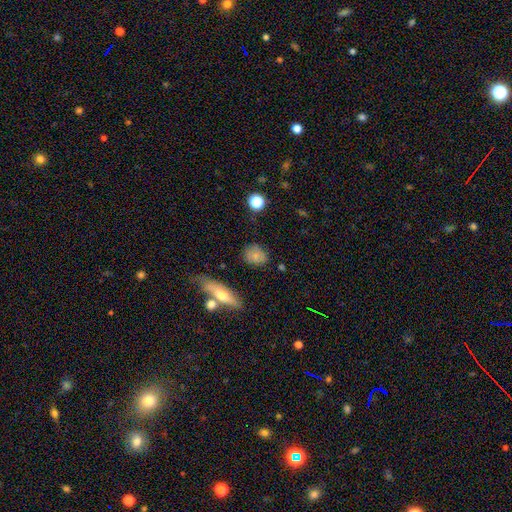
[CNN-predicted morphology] Overall: smooth (75%). How rounded: round (59%; in between 38%). Merging: none (76%).